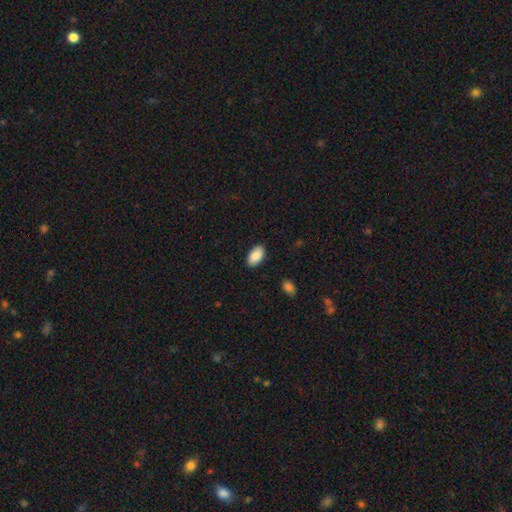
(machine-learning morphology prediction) This appears to be a smooth galaxy with no disk features (88%) that is in between round and cigar-shaped (95%). Merging: none (88%).